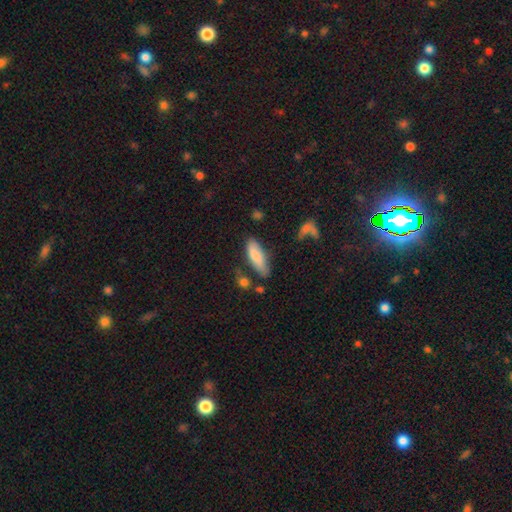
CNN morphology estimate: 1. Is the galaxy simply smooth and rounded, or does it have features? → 80% smooth, 14% featured or disk, 6% star or artifact.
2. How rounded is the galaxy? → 63% in between, 35% cigar-shaped, 2% round.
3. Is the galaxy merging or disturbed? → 61% none, 25% minor disturbance, 7% merger, 7% major disturbance.